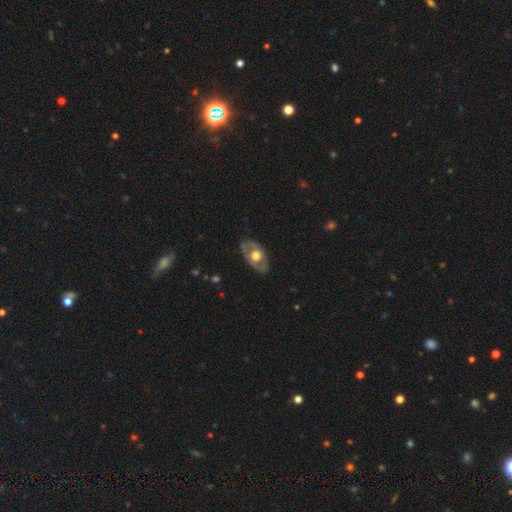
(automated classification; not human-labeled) The model was most divided on "bulge size": moderate: 49%, large: 44%, small: 3%, dominant: 2%, none: 1%. More confident: edge-on disk — no (86%); bar — no (86%); spiral arms — no (79%); merging — none (77%); smooth or featured — featured or disk (59%).